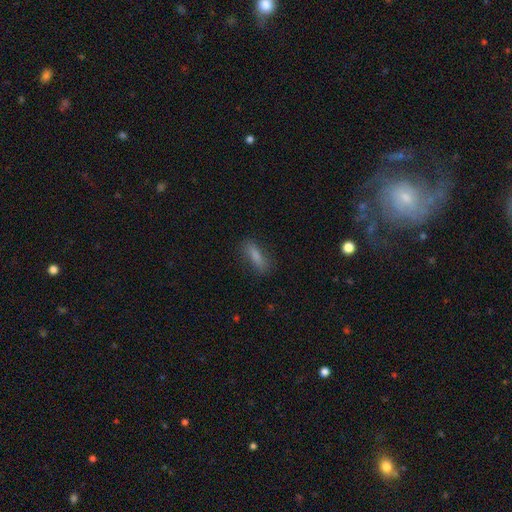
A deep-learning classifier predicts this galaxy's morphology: smooth_or_featured: smooth (p=0.80) [alt: featured or disk p=0.12]
how_rounded: cigar-shaped (p=0.51) [alt: in between p=0.46]
merging: none (p=0.77) [alt: minor disturbance p=0.16]